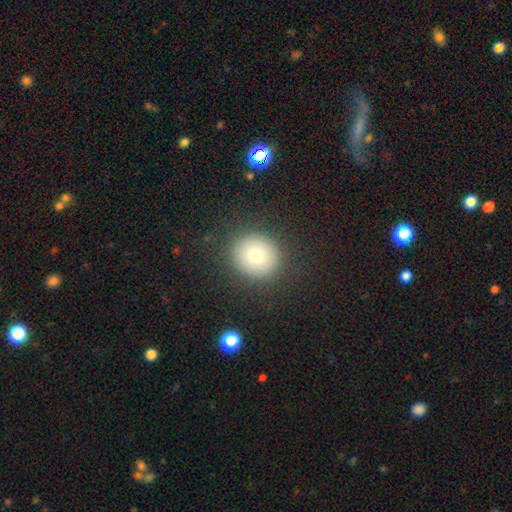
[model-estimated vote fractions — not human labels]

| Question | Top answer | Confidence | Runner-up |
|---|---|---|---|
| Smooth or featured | smooth | 73% | featured or disk (13%) |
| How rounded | round | 89% | in between (10%) |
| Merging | none | 89% | minor disturbance (7%) |